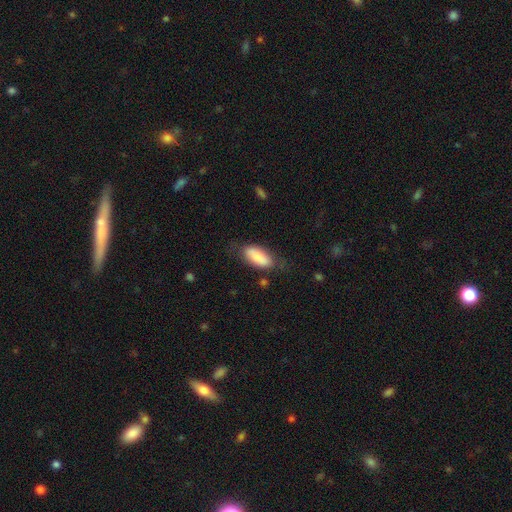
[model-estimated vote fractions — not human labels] Smooth or featured? Predicted: smooth (p=0.79). How rounded? Predicted: in between (p=0.85). Merging? Predicted: none (p=0.65).